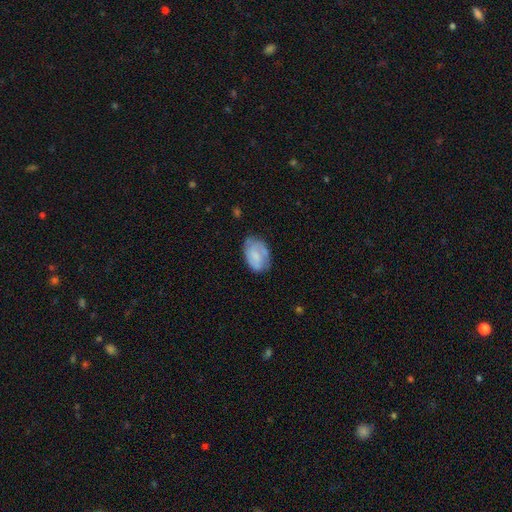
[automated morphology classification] smooth 60%, featured or disk 33%, star or artifact 7%. Down the decision tree: how rounded — in between (87%); merging — none (61%).